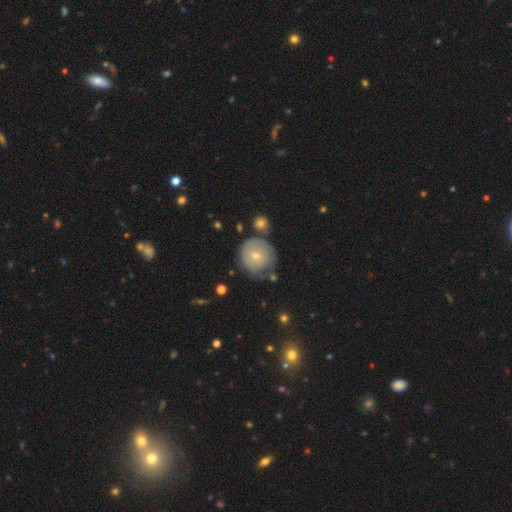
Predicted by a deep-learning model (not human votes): Smooth or featured?
  - smooth: 55% *
  - featured or disk: 37%
  - star or artifact: 7%
How rounded?
  - round: 90% *
  - in between: 9%
  - cigar-shaped: 1%
Merging?
  - none: 56% *
  - minor disturbance: 26%
  - major disturbance: 10%
  - merger: 8%